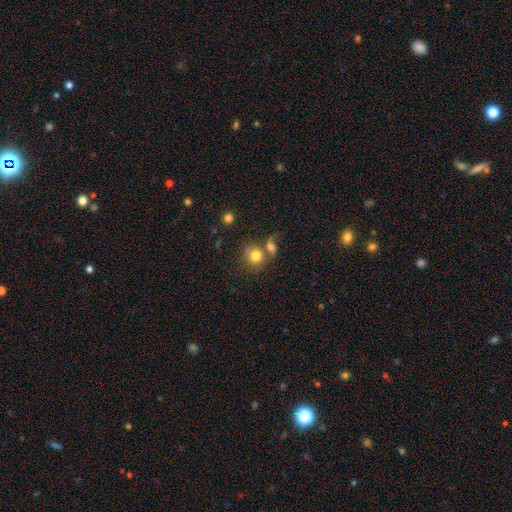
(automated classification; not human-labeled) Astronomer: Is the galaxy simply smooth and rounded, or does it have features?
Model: smooth — 78%.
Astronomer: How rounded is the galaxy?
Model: round — 79%.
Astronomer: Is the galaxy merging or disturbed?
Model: none — 41% (runner-up: merger, 40%).